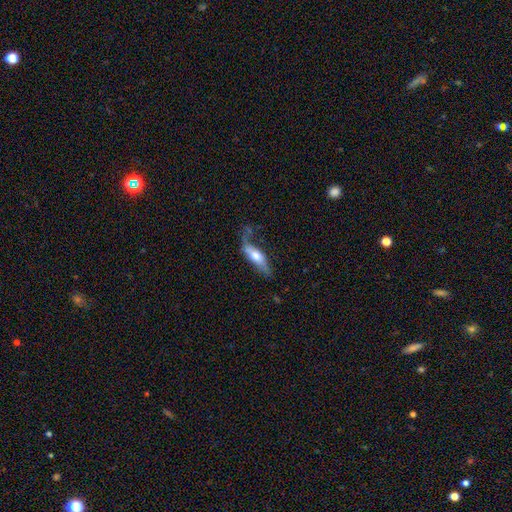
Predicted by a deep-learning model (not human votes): Q: Smooth or featured?
A: smooth (54%); runner-up: featured or disk (39%)
Q: How rounded?
A: in between (49%); tied with: cigar-shaped (49%)
Q: Merging?
A: none (45%); runner-up: minor disturbance (29%)